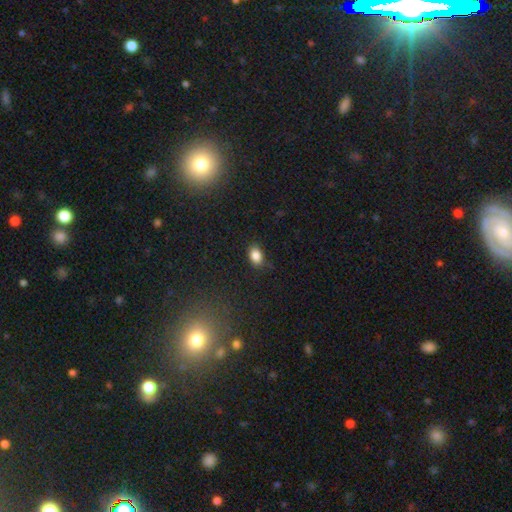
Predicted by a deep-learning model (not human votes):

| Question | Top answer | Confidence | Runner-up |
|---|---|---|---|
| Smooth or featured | smooth | 85% | star or artifact (10%) |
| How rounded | in between | 81% | round (17%) |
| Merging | none | 81% | minor disturbance (14%) |